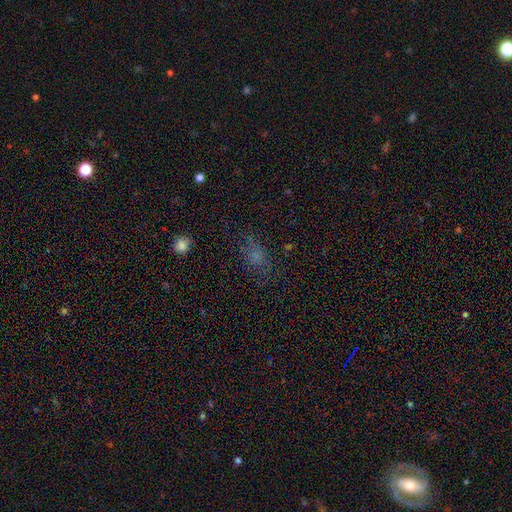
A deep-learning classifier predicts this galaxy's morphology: A smooth galaxy with no disk features (58%) that is in between round and cigar-shaped (66%). Merging: none (65%).